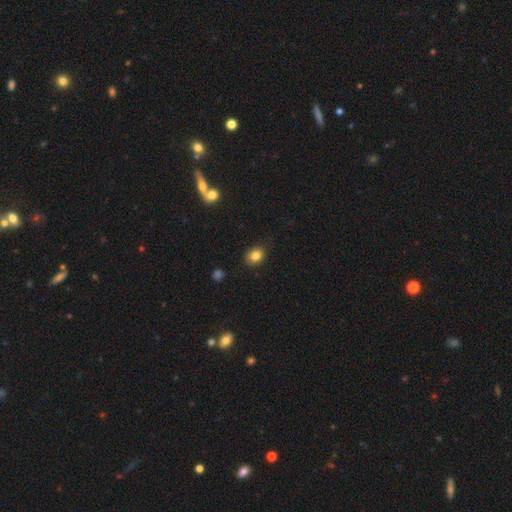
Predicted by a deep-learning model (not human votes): Smooth or featured? smooth (82%)
How rounded? round (58%)
Merging? none (87%)